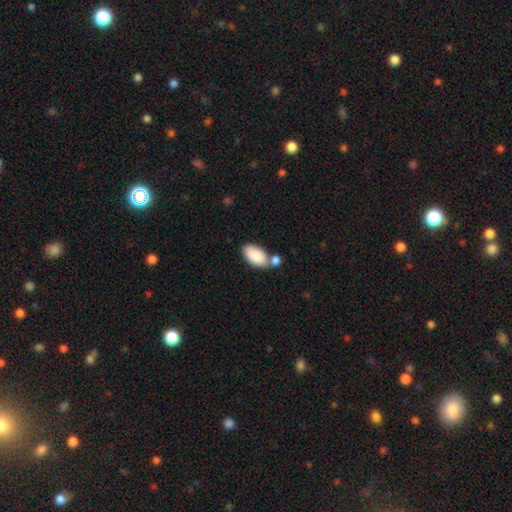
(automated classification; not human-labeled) Smooth or featured? smooth (87%)
How rounded? in between (95%)
Merging? none (50%)